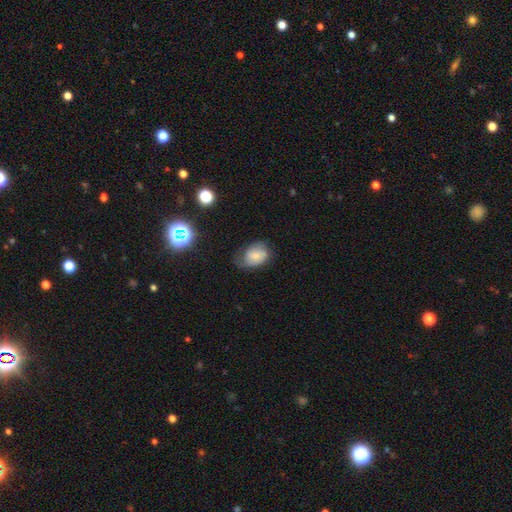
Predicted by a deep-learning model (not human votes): smooth-or-featured: smooth: 64% | featured or disk: 26% | star or artifact: 10%
  how-rounded: in between: 73% | round: 26% | cigar-shaped: 1%
  merging: none: 44% | minor disturbance: 35% | major disturbance: 18% | merger: 2%